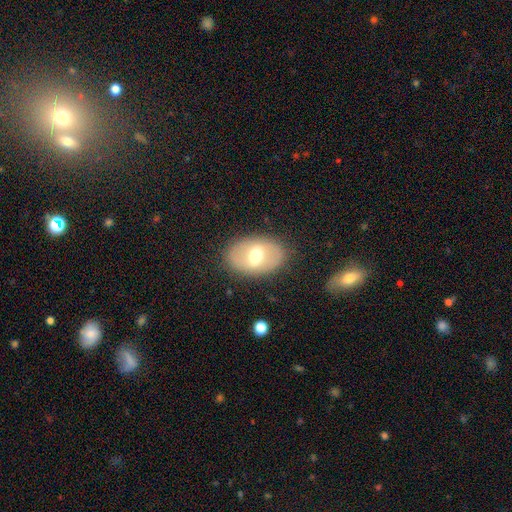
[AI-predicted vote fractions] smooth_or_featured: smooth (p=0.47) [alt: featured or disk p=0.46]
merging: none (p=0.84) [alt: minor disturbance p=0.11]